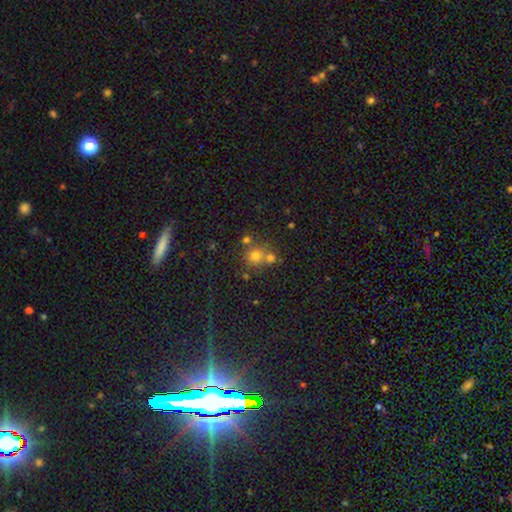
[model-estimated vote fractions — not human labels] The model was most divided on "merging": none: 55%, merger: 33%, minor disturbance: 8%, major disturbance: 4%. More confident: how rounded — round (89%); smooth or featured — smooth (67%).